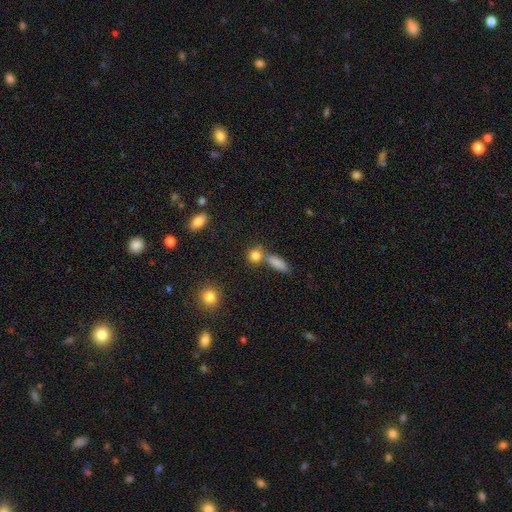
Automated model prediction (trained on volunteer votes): This appears to be a smooth galaxy with no disk features (81%) that is round (75%). Merging: none (57%).